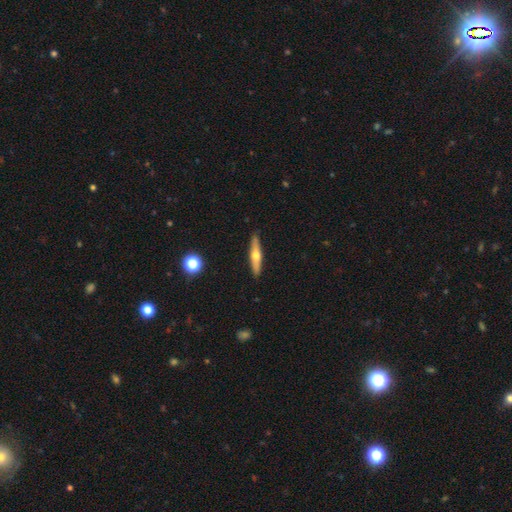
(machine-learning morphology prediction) This is possibly a featured or disk galaxy (57%). It is clearly viewed edge-on (94%). Edge-on bulge: clearly rounded (93%). Merging: clearly none (90%).